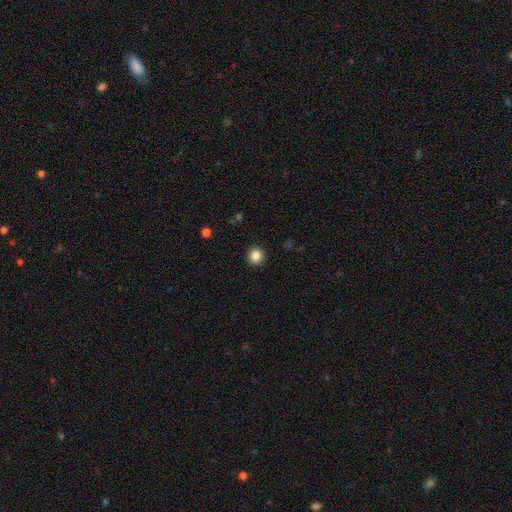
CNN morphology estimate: Overall: smooth (86%). How rounded: round (87%). Merging: none (92%).